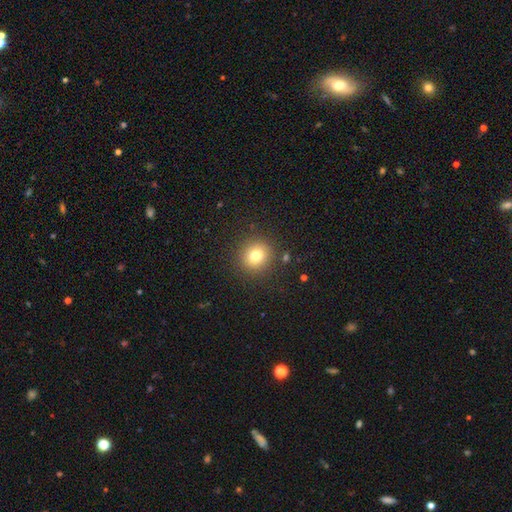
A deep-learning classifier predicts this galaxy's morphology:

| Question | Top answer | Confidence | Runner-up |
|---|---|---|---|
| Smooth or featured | smooth | 77% | star or artifact (13%) |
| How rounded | round | 89% | in between (11%) |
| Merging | none | 89% | minor disturbance (7%) |